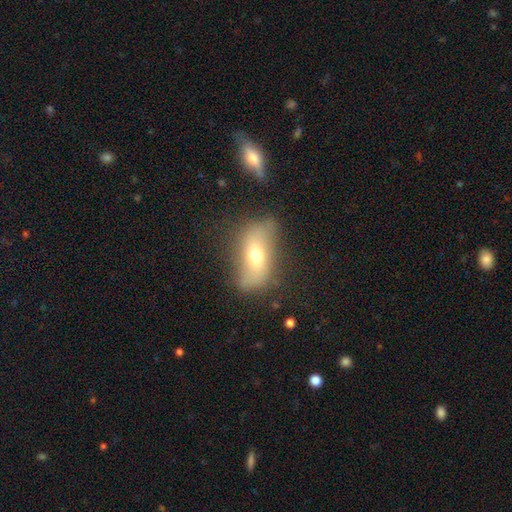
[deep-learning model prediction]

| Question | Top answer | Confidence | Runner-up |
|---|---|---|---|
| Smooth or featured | smooth | 45% | tied: featured or disk (45%) |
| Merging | none | 63% | minor disturbance (23%) |